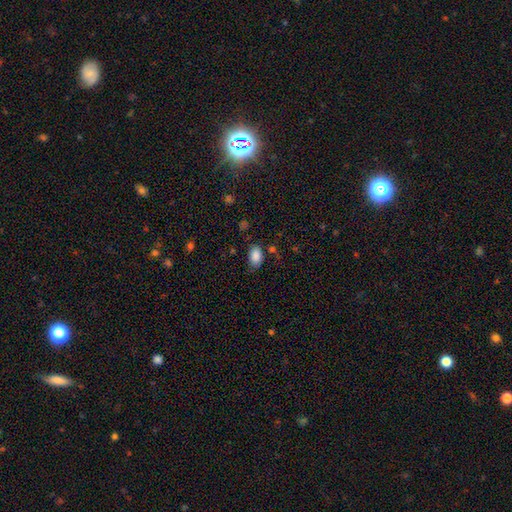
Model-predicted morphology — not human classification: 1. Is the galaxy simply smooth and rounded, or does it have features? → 87% smooth, 8% star or artifact, 5% featured or disk.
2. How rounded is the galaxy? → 90% in between, 9% round, 1% cigar-shaped.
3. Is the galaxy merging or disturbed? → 72% none, 19% minor disturbance, 5% major disturbance, 4% merger.